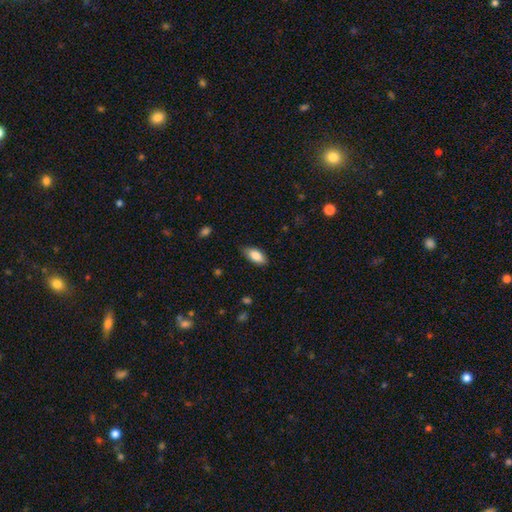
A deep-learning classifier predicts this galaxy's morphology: A smooth galaxy with no disk features (85%) that is in between round and cigar-shaped (89%). Merging: none (79%).